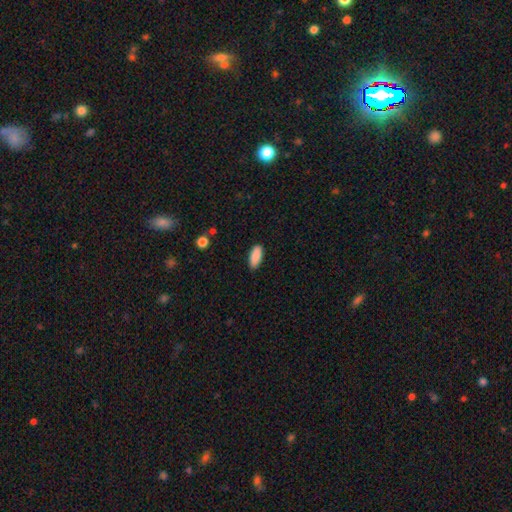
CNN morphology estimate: The model was most divided on "how rounded": in between: 84%, cigar-shaped: 14%, round: 2%. More confident: smooth or featured — smooth (89%); merging — none (85%).